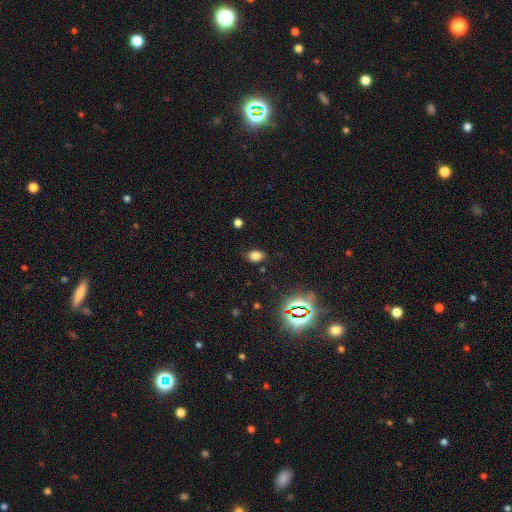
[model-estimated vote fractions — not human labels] smooth-or-featured: smooth: 75% | star or artifact: 19% | featured or disk: 6%
  how-rounded: in between: 79% | round: 20% | cigar-shaped: 1%
  merging: none: 83% | minor disturbance: 12% | major disturbance: 3% | merger: 2%